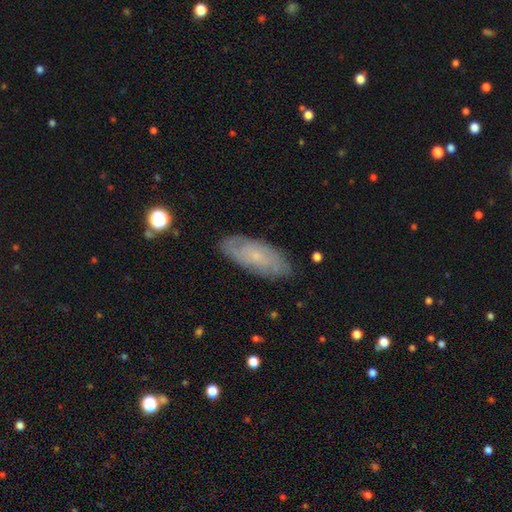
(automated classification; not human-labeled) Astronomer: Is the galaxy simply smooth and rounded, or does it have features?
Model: featured or disk — 53% (runner-up: smooth, 38%).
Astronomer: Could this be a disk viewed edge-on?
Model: no — 85%.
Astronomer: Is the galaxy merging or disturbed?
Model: none — 82%.